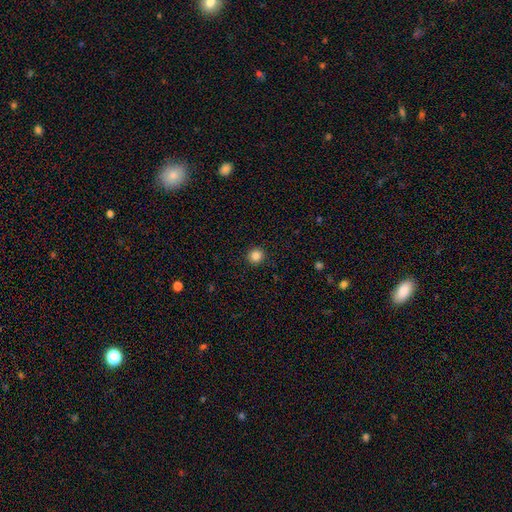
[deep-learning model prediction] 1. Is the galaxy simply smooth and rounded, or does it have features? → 85% smooth, 11% star or artifact, 4% featured or disk.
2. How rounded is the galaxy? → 94% round, 5% in between, 1% cigar-shaped.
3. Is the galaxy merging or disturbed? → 93% none, 5% minor disturbance, 2% major disturbance, 1% merger.